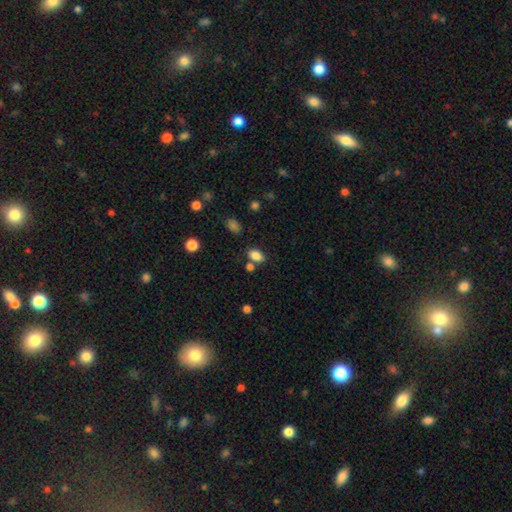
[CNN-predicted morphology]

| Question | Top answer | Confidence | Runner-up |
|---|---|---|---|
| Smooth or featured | smooth | 84% | star or artifact (10%) |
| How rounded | in between | 86% | round (12%) |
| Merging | none | 71% | merger (13%) |